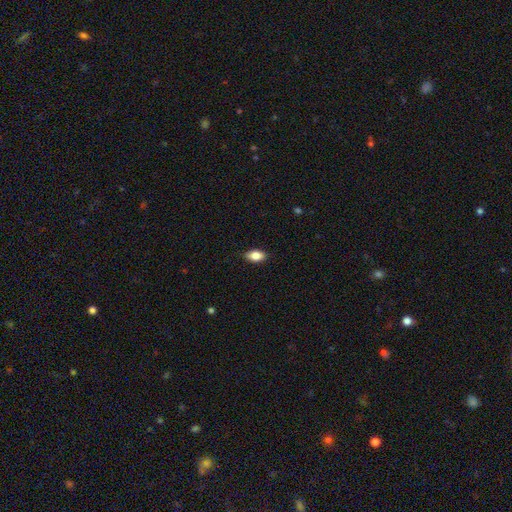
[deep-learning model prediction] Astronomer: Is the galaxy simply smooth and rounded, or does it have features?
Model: smooth — 84%.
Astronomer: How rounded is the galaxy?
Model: in between — 89%.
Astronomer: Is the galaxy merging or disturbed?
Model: none — 88%.